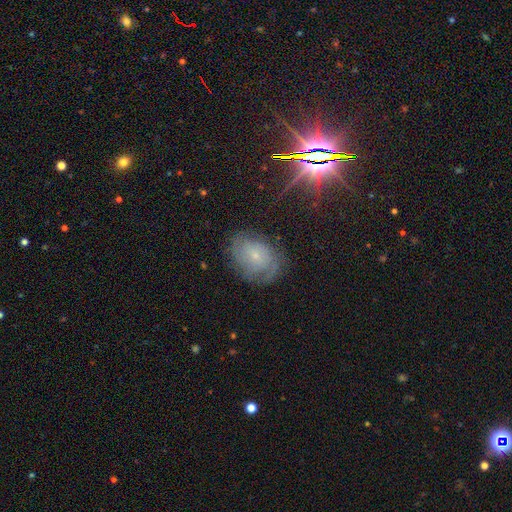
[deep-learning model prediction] Smooth or featured?
  - featured or disk: 56% *
  - smooth: 28%
  - star or artifact: 15%
Edge-on disk?
  - no: 95% *
  - yes: 5%
Bar?
  - no: 74% *
  - weak: 22%
  - strong: 4%
Spiral arms?
  - yes: 85% *
  - no: 15%
Bulge size?
  - small: 75% *
  - moderate: 17%
  - none: 5%
  - large: 2%
  - dominant: 1%
Merging?
  - none: 70% *
  - minor disturbance: 20%
  - major disturbance: 9%
  - merger: 1%